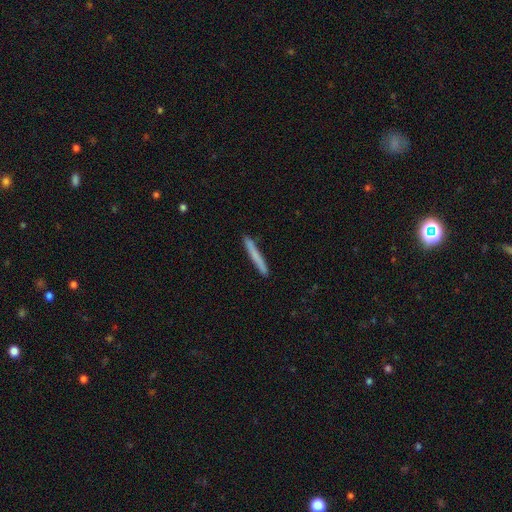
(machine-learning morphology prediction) Smooth or featured?
  - smooth: 69% *
  - featured or disk: 25%
  - star or artifact: 6%
How rounded?
  - cigar-shaped: 97% *
  - in between: 2%
  - round: 1%
Merging?
  - none: 90% *
  - minor disturbance: 7%
  - major disturbance: 1%
  - merger: 1%